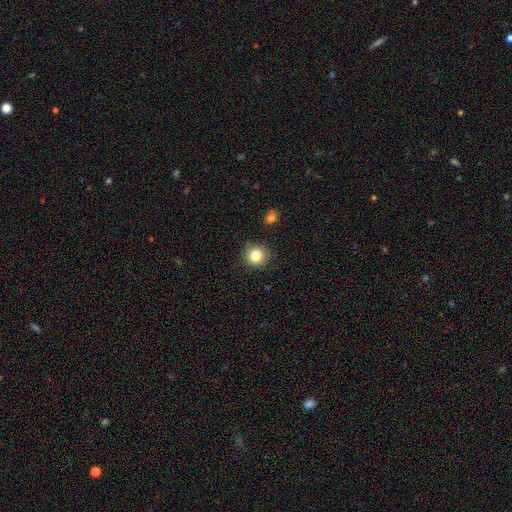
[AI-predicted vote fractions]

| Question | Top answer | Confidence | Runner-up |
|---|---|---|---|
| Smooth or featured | smooth | 82% | star or artifact (11%) |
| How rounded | round | 91% | in between (8%) |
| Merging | none | 87% | minor disturbance (9%) |